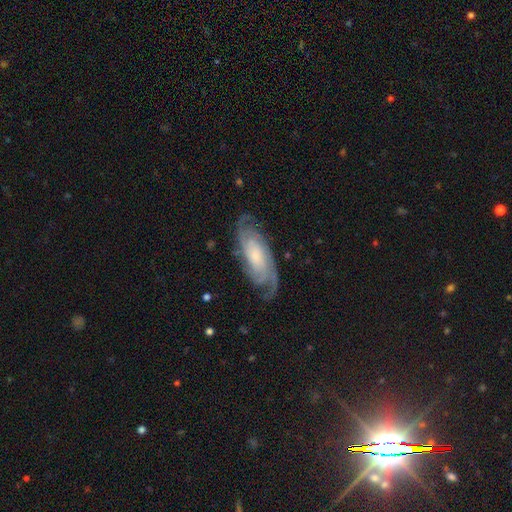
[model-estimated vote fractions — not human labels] The model was most divided on "bulge size": small: 52%, moderate: 28%, none: 9%, large: 9%, dominant: 2%. Remaining: spiral arms — yes (97%); edge-on disk — no (93%); smooth or featured — featured or disk (85%); merging — none (76%); bar — no (66%); spiral winding — tight (60%); spiral arm count — 2 (46%).